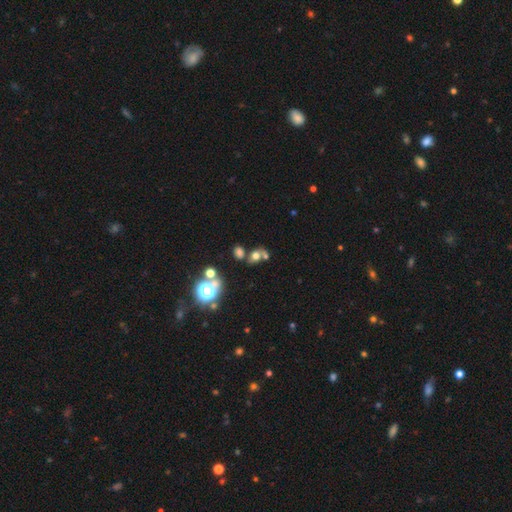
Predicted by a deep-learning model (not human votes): This appears to be a smooth galaxy with no disk features (59%) that is in between round and cigar-shaped (57%). Merging: none (42%).